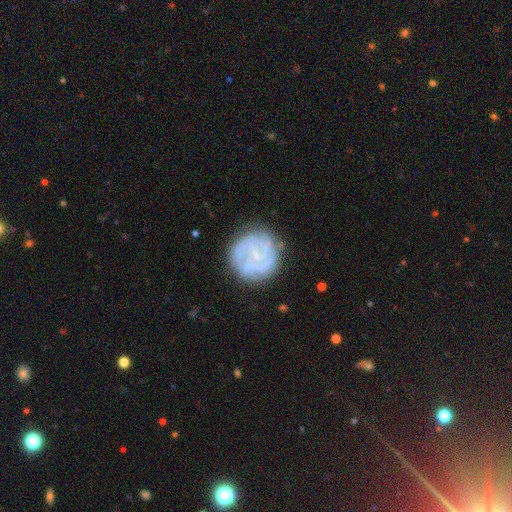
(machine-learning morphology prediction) This appears to be a featured or disk galaxy (69%) with no bar (62%), tight (61%) spiral arms (82%) and a small central bulge (53%). Merging: none (77%).